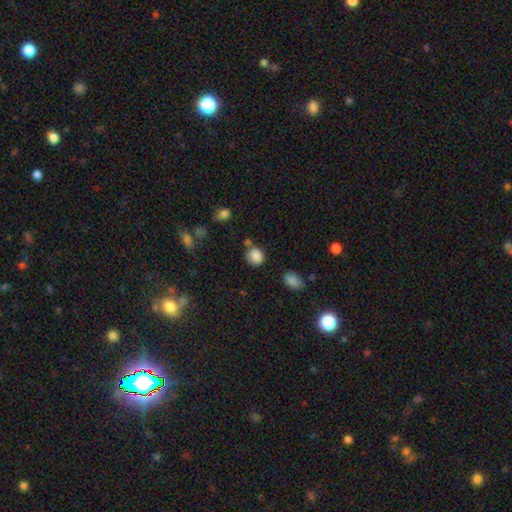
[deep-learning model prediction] A smooth galaxy with no disk features (85%) that is round (80%).

Vote fractions:
- Smooth or featured? smooth: 85% / star or artifact: 10% / featured or disk: 5%
- How rounded? round: 80% / in between: 19% / cigar-shaped: 1%
- Merging? none: 70% / minor disturbance: 16% / merger: 9% / major disturbance: 5%